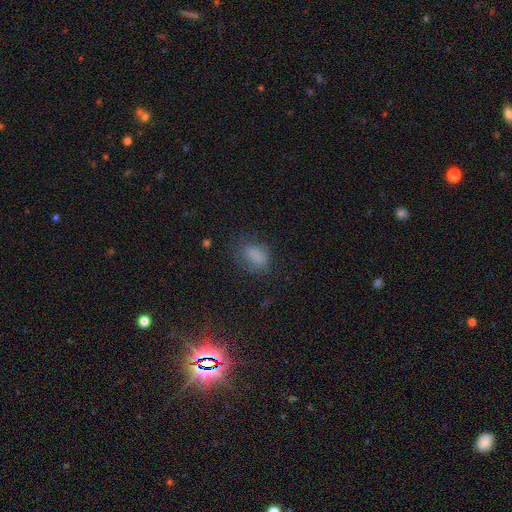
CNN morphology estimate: A smooth galaxy with no disk features (80%) that is in between round and cigar-shaped (82%).

Vote fractions:
- Smooth or featured? smooth: 80% / star or artifact: 13% / featured or disk: 7%
- How rounded? in between: 82% / round: 16% / cigar-shaped: 3%
- Merging? none: 66% / minor disturbance: 21% / major disturbance: 11% / merger: 2%